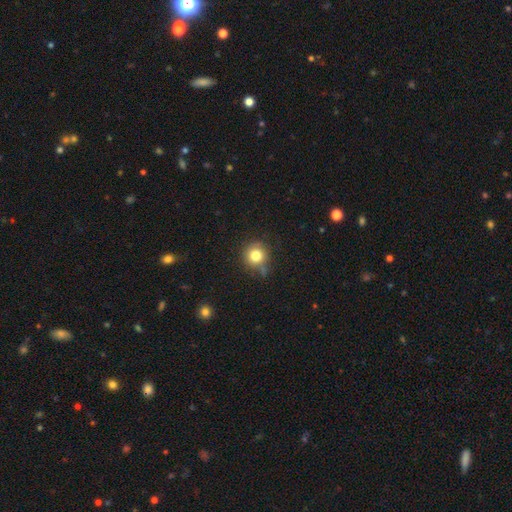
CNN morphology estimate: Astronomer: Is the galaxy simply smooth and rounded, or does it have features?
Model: smooth — 81%.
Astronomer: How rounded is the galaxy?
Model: round — 92%.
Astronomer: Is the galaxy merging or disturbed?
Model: none — 74%.